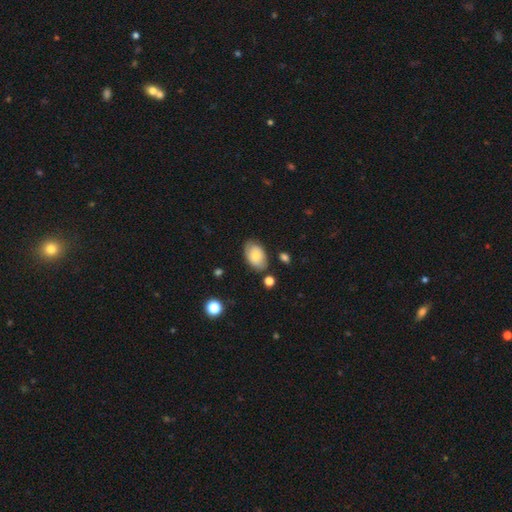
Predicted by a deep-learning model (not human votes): A smooth galaxy with no disk features (70%) that is in between round and cigar-shaped (90%).

Vote fractions:
- Smooth or featured? smooth: 70% / featured or disk: 22% / star or artifact: 7%
- How rounded? in between: 90% / round: 9% / cigar-shaped: 1%
- Merging? none: 75% / minor disturbance: 17% / major disturbance: 4% / merger: 4%